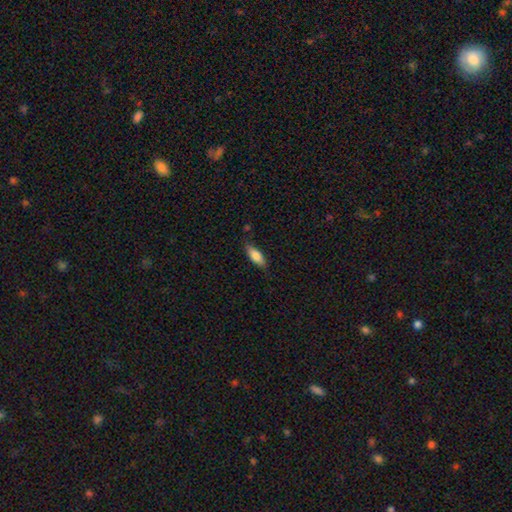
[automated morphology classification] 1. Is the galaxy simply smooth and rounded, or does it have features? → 80% smooth, 14% featured or disk, 6% star or artifact.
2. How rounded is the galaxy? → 70% in between, 28% cigar-shaped, 2% round.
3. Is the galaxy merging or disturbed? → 78% none, 17% minor disturbance, 3% major disturbance, 2% merger.